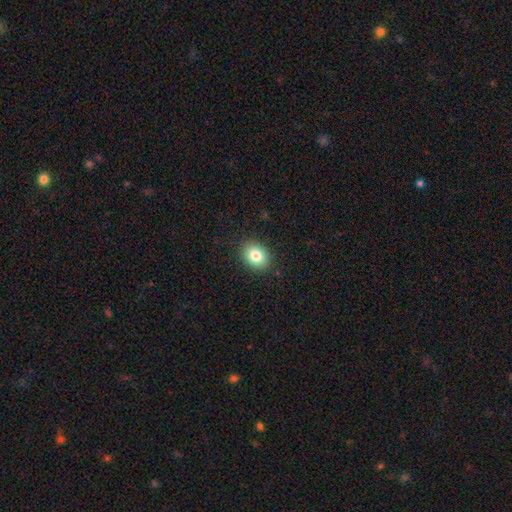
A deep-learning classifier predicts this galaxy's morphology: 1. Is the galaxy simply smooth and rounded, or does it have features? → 82% smooth, 10% star or artifact, 8% featured or disk.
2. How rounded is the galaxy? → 58% in between, 41% round, 1% cigar-shaped.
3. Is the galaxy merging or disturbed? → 88% none, 8% minor disturbance, 2% major disturbance, 1% merger.